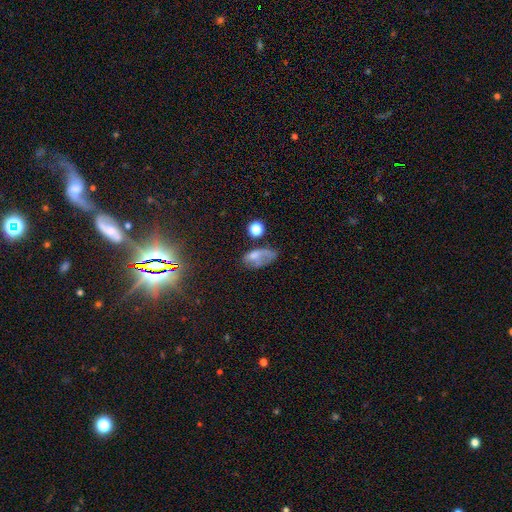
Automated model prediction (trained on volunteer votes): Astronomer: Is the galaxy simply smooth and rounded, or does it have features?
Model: smooth — 57%.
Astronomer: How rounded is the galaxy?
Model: in between — 86%.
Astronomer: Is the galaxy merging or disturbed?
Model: none — 33% (runner-up: major disturbance, 31%).